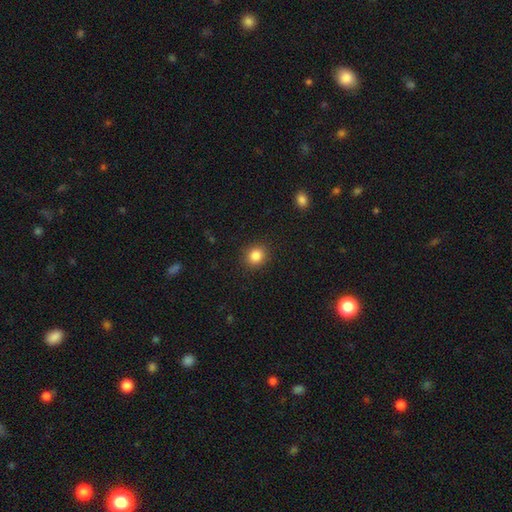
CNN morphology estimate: A smooth galaxy with no disk features (85%) that is round (73%).

Vote fractions:
- Smooth or featured? smooth: 85% / star or artifact: 10% / featured or disk: 5%
- How rounded? round: 73% / in between: 26% / cigar-shaped: 1%
- Merging? none: 90% / minor disturbance: 7% / major disturbance: 2% / merger: 1%